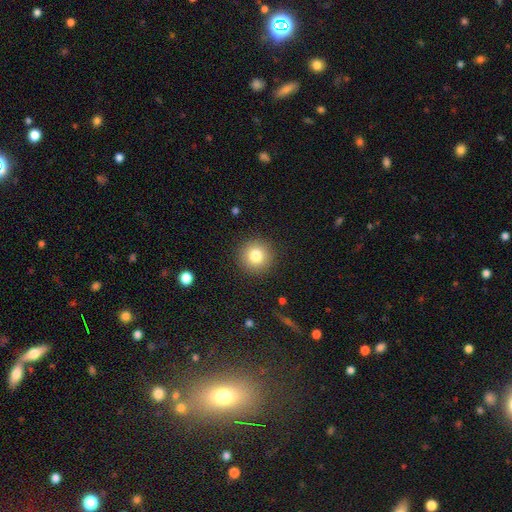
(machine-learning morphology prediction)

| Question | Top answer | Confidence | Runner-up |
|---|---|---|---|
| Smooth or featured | smooth | 80% | star or artifact (10%) |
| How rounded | round | 95% | in between (4%) |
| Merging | none | 91% | minor disturbance (6%) |